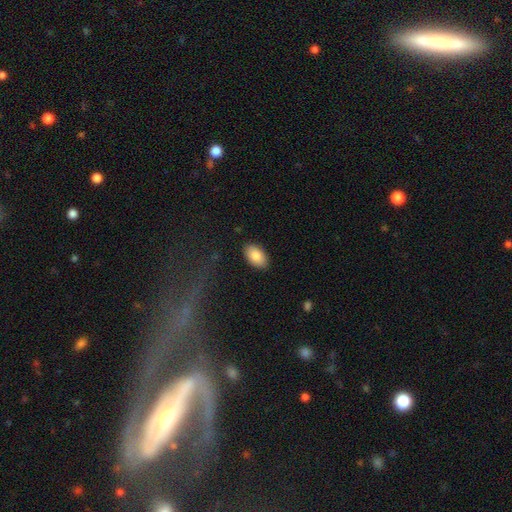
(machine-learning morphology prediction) smooth_or_featured: smooth (p=0.86) [alt: featured or disk p=0.08]
how_rounded: in between (p=0.94) [alt: round p=0.05]
merging: none (p=0.88) [alt: minor disturbance p=0.09]